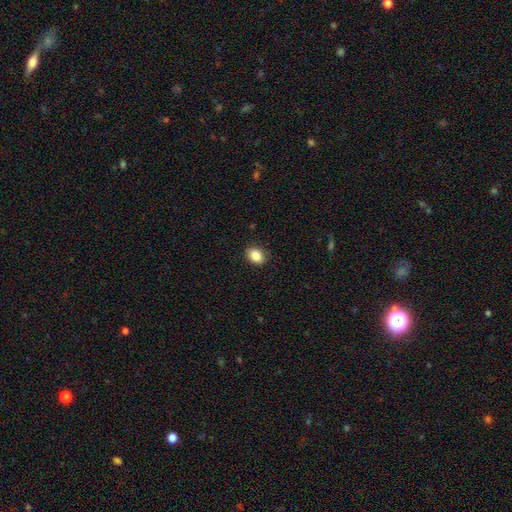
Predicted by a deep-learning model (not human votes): Morphology: type=smooth (87%); roundness=in between (64%); merging=none (88%).